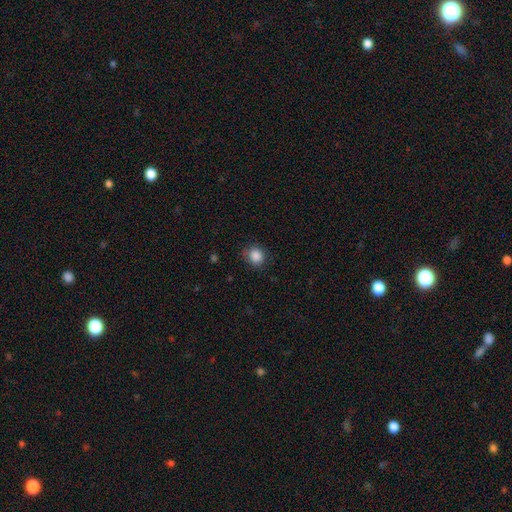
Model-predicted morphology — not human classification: smooth_or_featured: smooth (p=0.87) [alt: star or artifact p=0.10]
how_rounded: round (p=0.81) [alt: in between p=0.18]
merging: none (p=0.82) [alt: minor disturbance p=0.13]